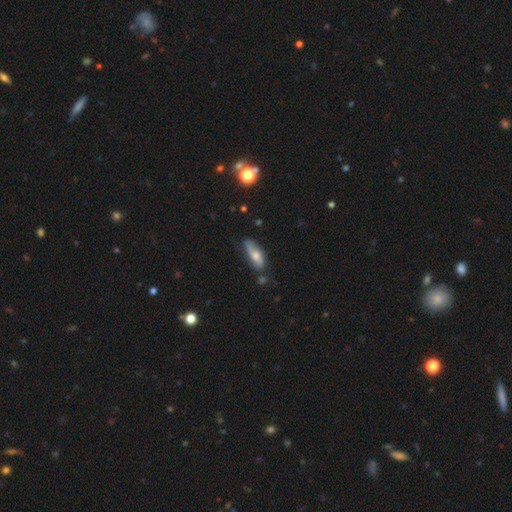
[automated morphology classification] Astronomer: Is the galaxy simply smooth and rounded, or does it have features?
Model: smooth — 54% (runner-up: featured or disk, 39%).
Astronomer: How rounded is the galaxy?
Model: in between — 65%.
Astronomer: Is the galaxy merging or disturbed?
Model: none — 59%.